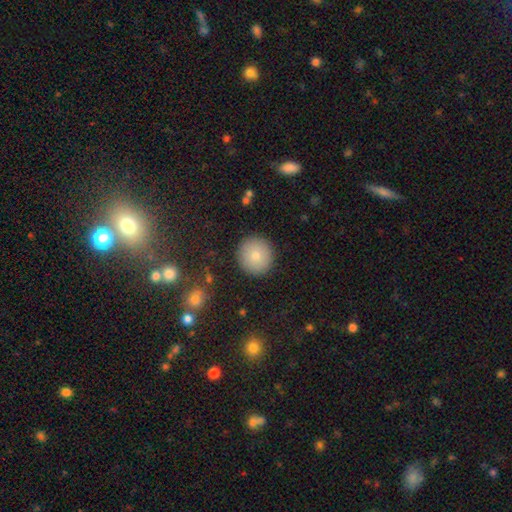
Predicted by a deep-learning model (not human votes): Smooth or featured? Predicted: smooth (p=0.81). How rounded? Predicted: round (p=0.94). Merging? Predicted: none (p=0.90).